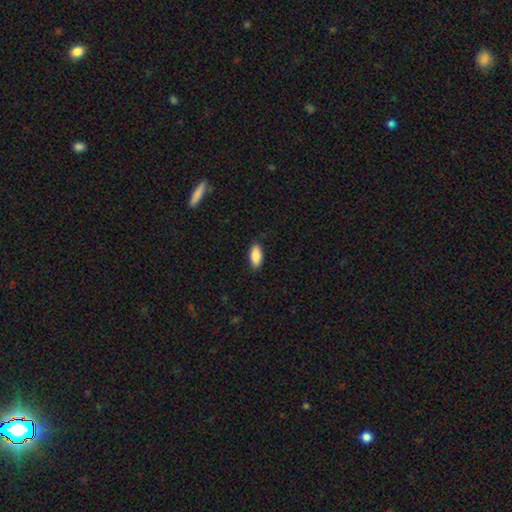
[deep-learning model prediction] Q: Smooth or featured?
A: smooth (88%); runner-up: star or artifact (6%)
Q: How rounded?
A: in between (90%); runner-up: cigar-shaped (8%)
Q: Merging?
A: none (87%); runner-up: minor disturbance (10%)